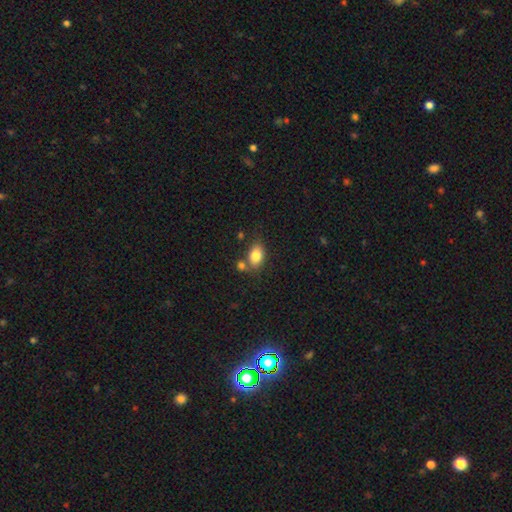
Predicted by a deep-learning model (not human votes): smooth_or_featured: smooth (p=0.82) [alt: featured or disk p=0.09]
how_rounded: in between (p=0.81) [alt: round p=0.18]
merging: none (p=0.59) [alt: merger p=0.22]